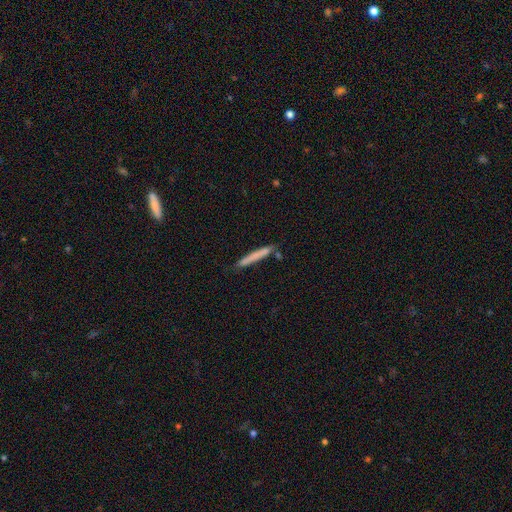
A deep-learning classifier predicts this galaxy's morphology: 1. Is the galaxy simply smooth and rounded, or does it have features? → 71% smooth, 23% featured or disk, 6% star or artifact.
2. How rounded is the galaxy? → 96% cigar-shaped, 2% in between, 1% round.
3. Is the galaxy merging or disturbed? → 82% none, 12% minor disturbance, 5% merger, 2% major disturbance.